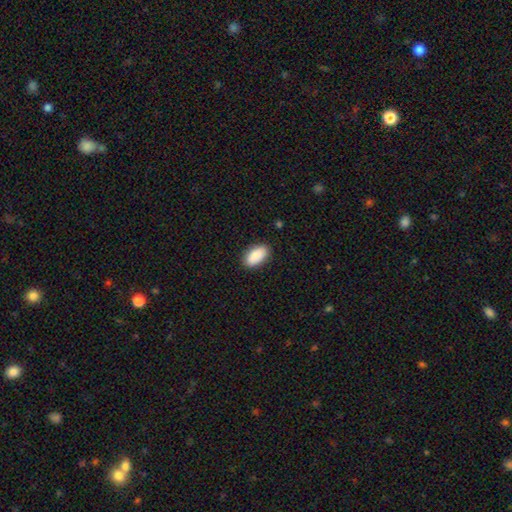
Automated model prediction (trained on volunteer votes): Q: Smooth or featured?
A: smooth (90%); runner-up: star or artifact (6%)
Q: How rounded?
A: in between (94%); runner-up: cigar-shaped (4%)
Q: Merging?
A: none (88%); runner-up: minor disturbance (9%)